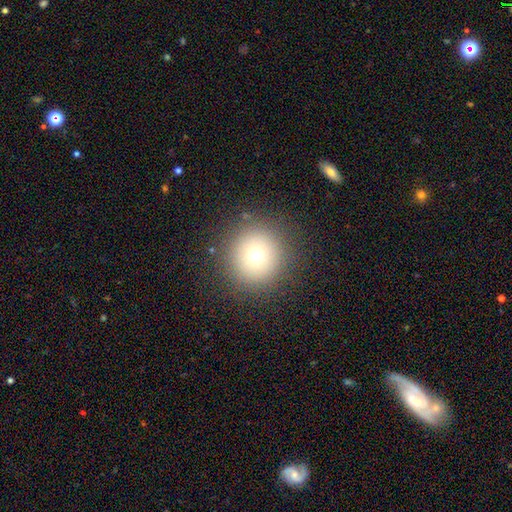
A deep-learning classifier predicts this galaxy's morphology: Smooth or featured? smooth (71%)
How rounded? round (95%)
Merging? none (89%)